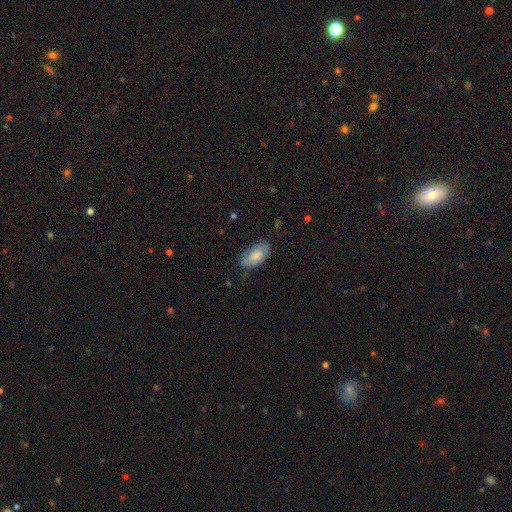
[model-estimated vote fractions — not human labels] smooth 73%, featured or disk 20%, star or artifact 6%. Down the decision tree: how rounded — in between (94%); merging — none (67%).